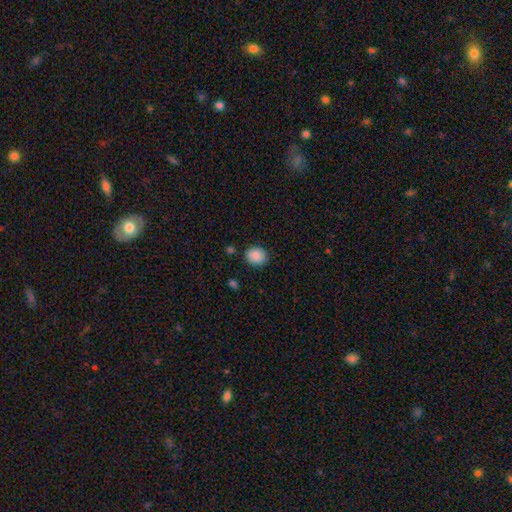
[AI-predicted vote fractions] The model was most divided on "how rounded": round: 66%, in between: 33%, cigar-shaped: 1%. More confident: smooth or featured — smooth (88%); merging — none (86%).